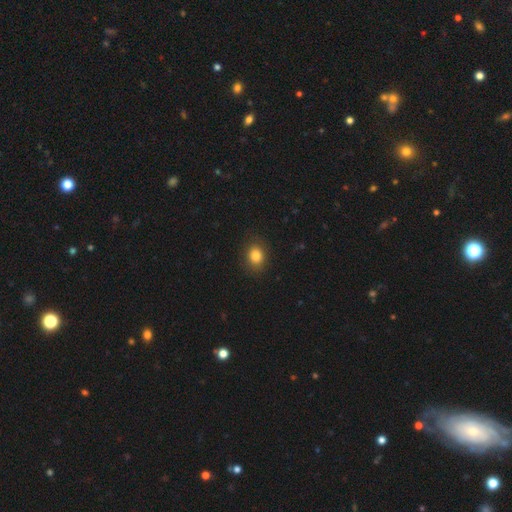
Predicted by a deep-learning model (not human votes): Morphology: type=smooth (84%); roundness=round (55%); merging=none (86%).